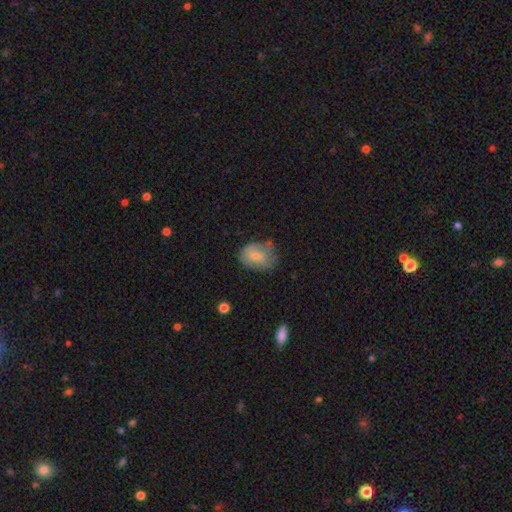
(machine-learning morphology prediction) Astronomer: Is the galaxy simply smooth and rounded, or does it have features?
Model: smooth — 63%.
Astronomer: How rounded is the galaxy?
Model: in between — 69%.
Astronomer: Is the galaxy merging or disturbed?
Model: none — 43% (runner-up: minor disturbance, 36%).